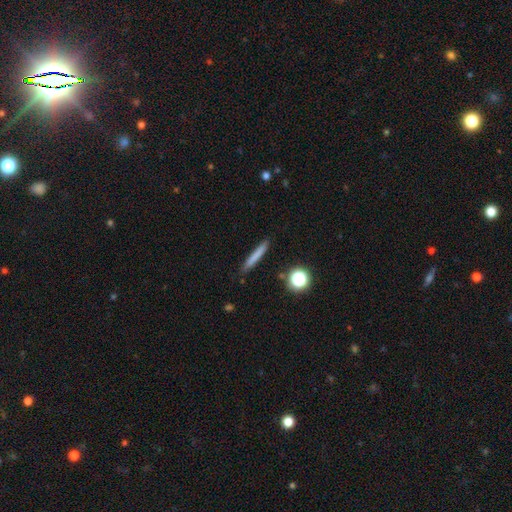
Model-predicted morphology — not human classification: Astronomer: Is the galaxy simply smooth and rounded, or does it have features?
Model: smooth — 72%.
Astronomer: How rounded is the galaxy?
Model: cigar-shaped — 94%.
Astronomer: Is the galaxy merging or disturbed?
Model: none — 87%.